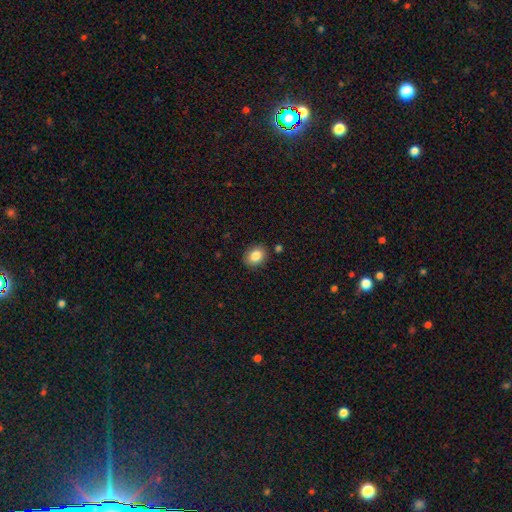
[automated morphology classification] Overall: smooth (84%). How rounded: in between (56%; round 43%). Merging: none (85%).